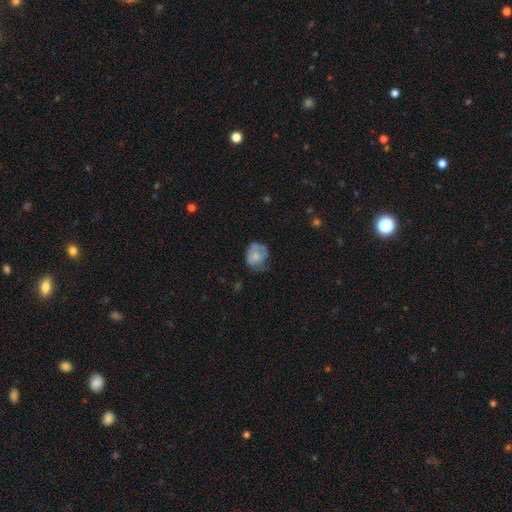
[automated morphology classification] Smooth or featured? smooth (64%)
How rounded? round (64%)
Merging? none (42%)